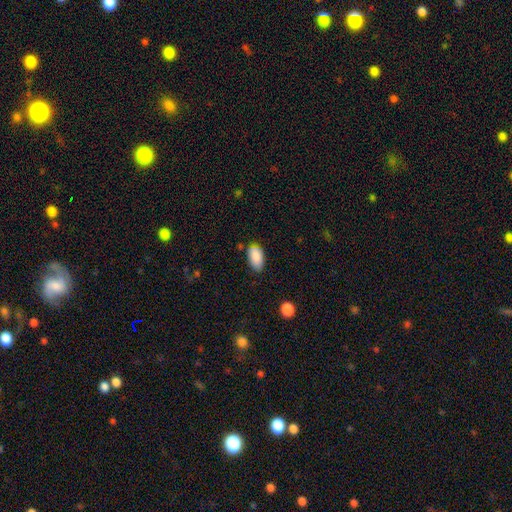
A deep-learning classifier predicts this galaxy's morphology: Smooth or featured? Predicted: smooth (p=0.88). How rounded? Predicted: in between (p=0.94). Merging? Predicted: none (p=0.73).